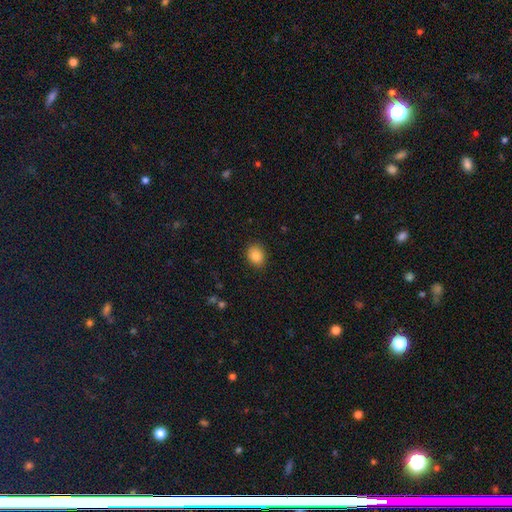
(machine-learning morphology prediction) Q: Smooth or featured?
A: smooth (86%); runner-up: star or artifact (9%)
Q: How rounded?
A: round (53%); runner-up: in between (46%)
Q: Merging?
A: none (87%); runner-up: minor disturbance (9%)